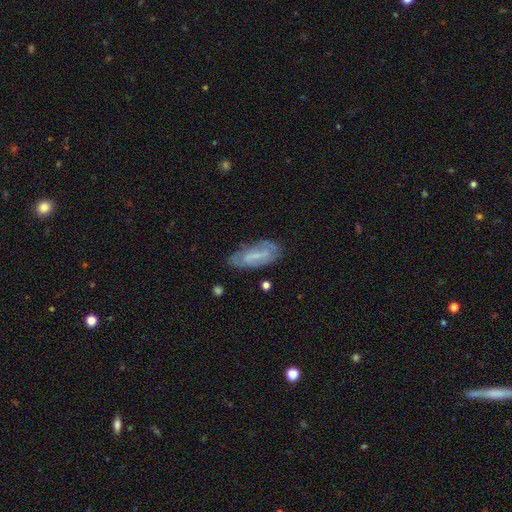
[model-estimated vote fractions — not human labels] Smooth or featured? featured or disk (53%)
Edge-on disk? no (88%)
Merging? none (69%)